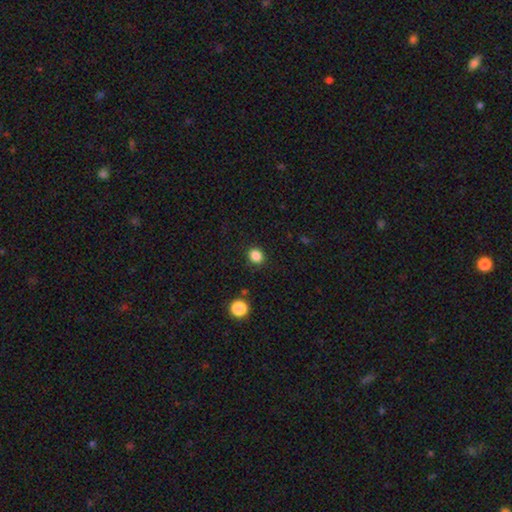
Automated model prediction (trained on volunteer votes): Overall: smooth (85%). How rounded: round (74%). Merging: none (89%).